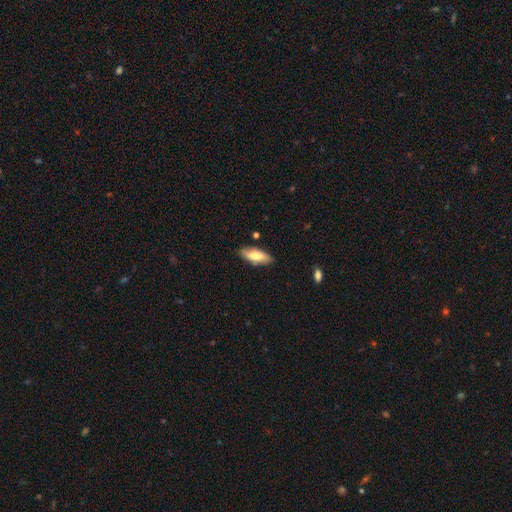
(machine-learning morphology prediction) type=smooth (72%); roundness=in between (72%); merging=none (84%).